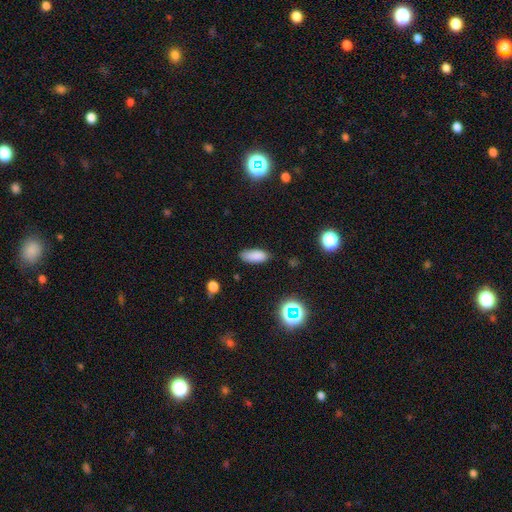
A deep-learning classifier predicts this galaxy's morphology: Smooth or featured?
  - smooth: 84% *
  - star or artifact: 11%
  - featured or disk: 5%
How rounded?
  - in between: 82% *
  - cigar-shaped: 16%
  - round: 3%
Merging?
  - none: 80% *
  - minor disturbance: 15%
  - major disturbance: 3%
  - merger: 2%